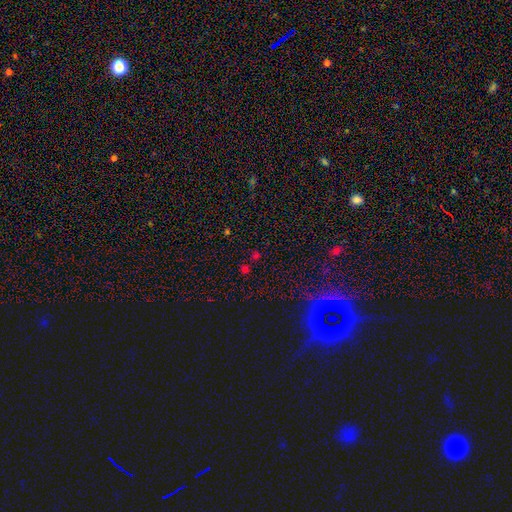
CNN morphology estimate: Smooth or featured? star or artifact (52%)